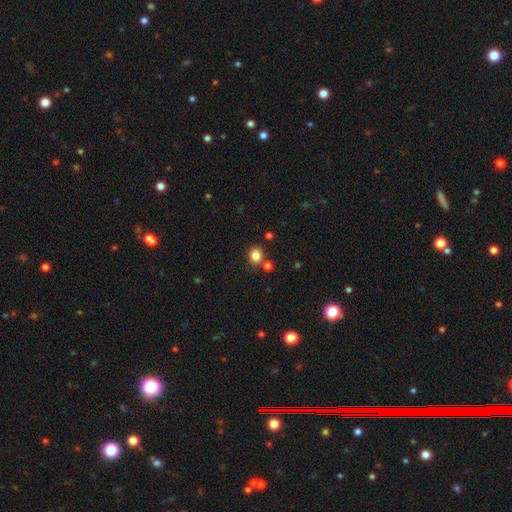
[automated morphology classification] Q: Smooth or featured?
A: smooth (83%); runner-up: star or artifact (12%)
Q: How rounded?
A: round (78%); runner-up: in between (21%)
Q: Merging?
A: none (77%); runner-up: merger (12%)